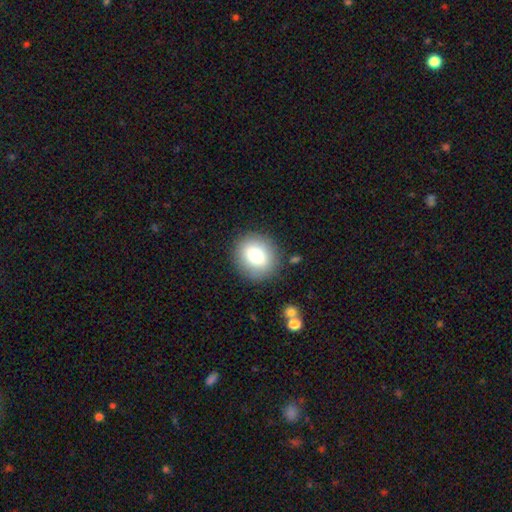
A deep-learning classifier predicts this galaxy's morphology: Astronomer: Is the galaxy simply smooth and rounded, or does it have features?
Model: smooth — 76%.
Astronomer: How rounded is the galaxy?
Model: round — 80%.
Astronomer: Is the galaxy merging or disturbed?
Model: none — 87%.